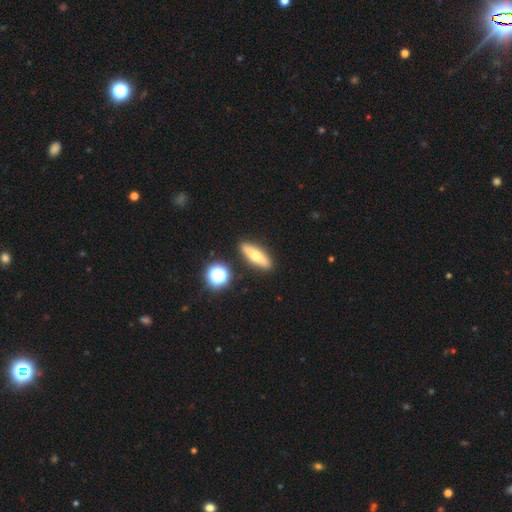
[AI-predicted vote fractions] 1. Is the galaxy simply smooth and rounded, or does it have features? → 56% smooth, 35% featured or disk, 9% star or artifact.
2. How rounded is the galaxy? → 56% cigar-shaped, 40% in between, 4% round.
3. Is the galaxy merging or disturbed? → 87% none, 8% minor disturbance, 3% merger, 2% major disturbance.